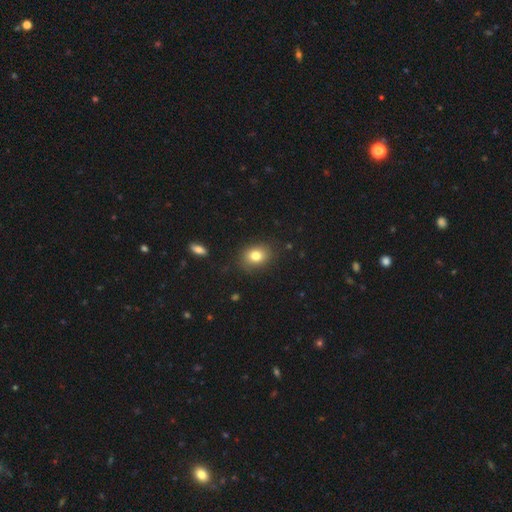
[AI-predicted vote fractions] Q: Smooth or featured?
A: smooth (80%); runner-up: star or artifact (11%)
Q: How rounded?
A: in between (53%); runner-up: round (46%)
Q: Merging?
A: none (84%); runner-up: minor disturbance (12%)